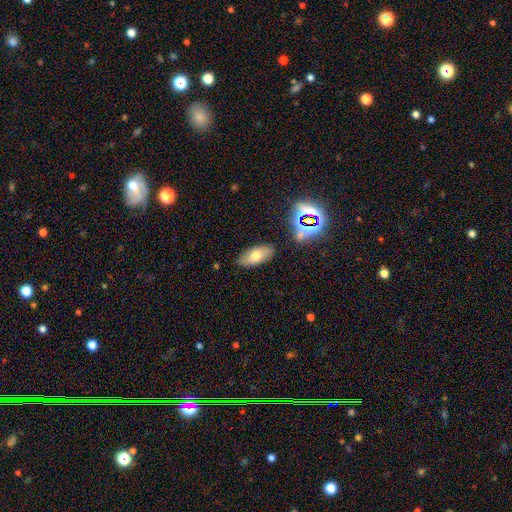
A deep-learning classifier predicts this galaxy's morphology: Smooth or featured?
  - smooth: 66% *
  - featured or disk: 22%
  - star or artifact: 12%
How rounded?
  - in between: 88% *
  - cigar-shaped: 8%
  - round: 4%
Merging?
  - none: 84% *
  - minor disturbance: 11%
  - major disturbance: 3%
  - merger: 2%